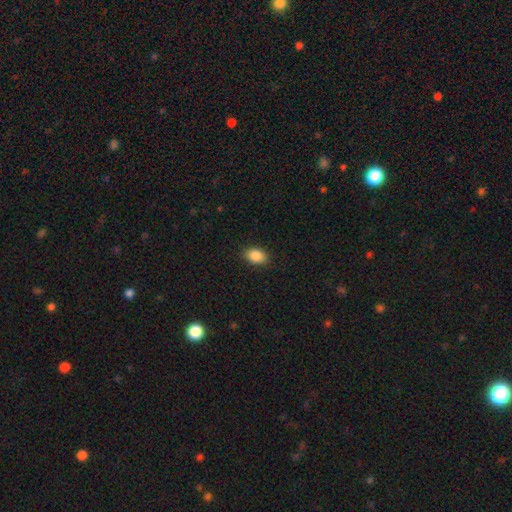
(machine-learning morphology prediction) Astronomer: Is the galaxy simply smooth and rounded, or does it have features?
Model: smooth — 88%.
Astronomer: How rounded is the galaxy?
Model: in between — 81%.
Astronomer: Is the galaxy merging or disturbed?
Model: none — 88%.